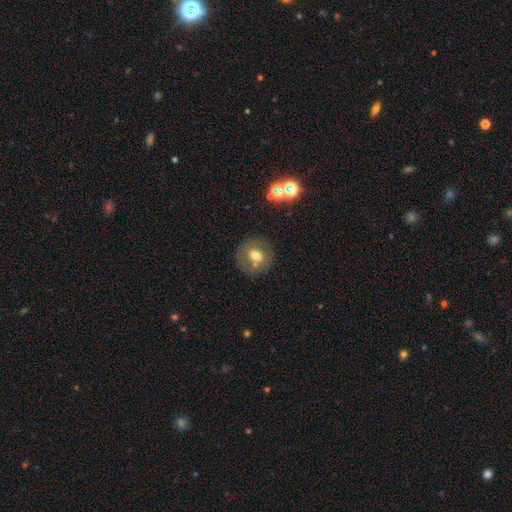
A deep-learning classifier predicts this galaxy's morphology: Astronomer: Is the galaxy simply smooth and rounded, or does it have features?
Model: smooth — 59%.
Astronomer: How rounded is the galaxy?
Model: round — 83%.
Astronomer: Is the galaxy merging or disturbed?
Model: none — 73%.